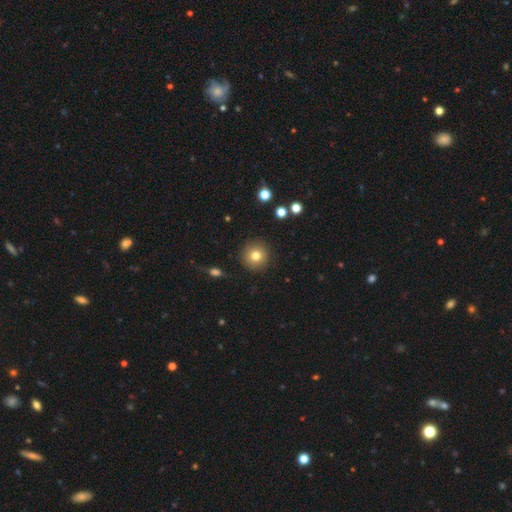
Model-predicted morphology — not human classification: This appears to be a smooth galaxy with no disk features (79%) that is round (95%). Merging: none (91%).